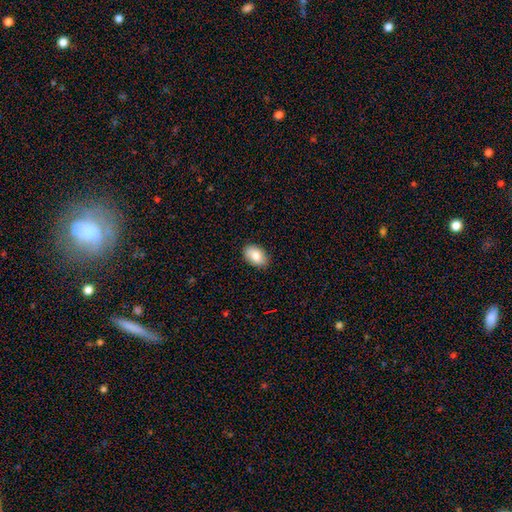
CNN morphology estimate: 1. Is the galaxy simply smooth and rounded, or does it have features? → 82% smooth, 11% featured or disk, 7% star or artifact.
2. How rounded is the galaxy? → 89% in between, 10% round, 1% cigar-shaped.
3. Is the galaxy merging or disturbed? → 87% none, 10% minor disturbance, 2% major disturbance, 1% merger.